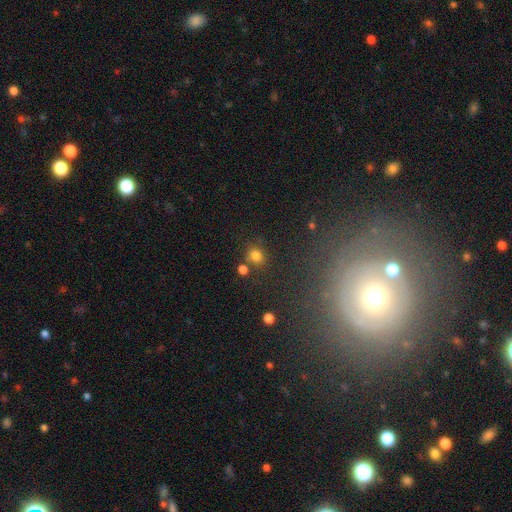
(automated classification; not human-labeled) Q: Smooth or featured?
A: smooth (77%); runner-up: star or artifact (16%)
Q: How rounded?
A: round (75%); runner-up: in between (24%)
Q: Merging?
A: none (70%); runner-up: merger (14%)